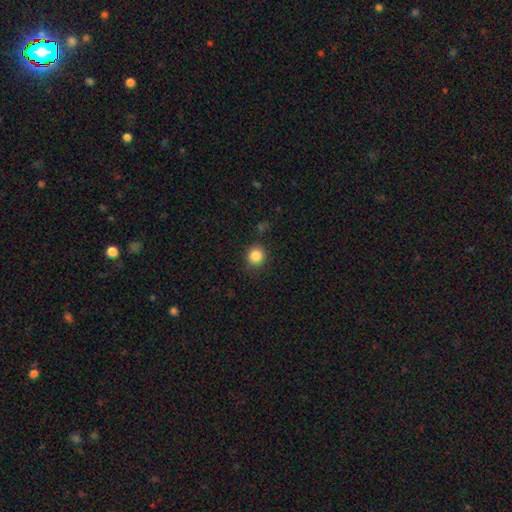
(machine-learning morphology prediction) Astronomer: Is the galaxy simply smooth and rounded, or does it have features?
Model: smooth — 85%.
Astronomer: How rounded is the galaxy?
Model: round — 88%.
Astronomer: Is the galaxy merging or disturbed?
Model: none — 84%.